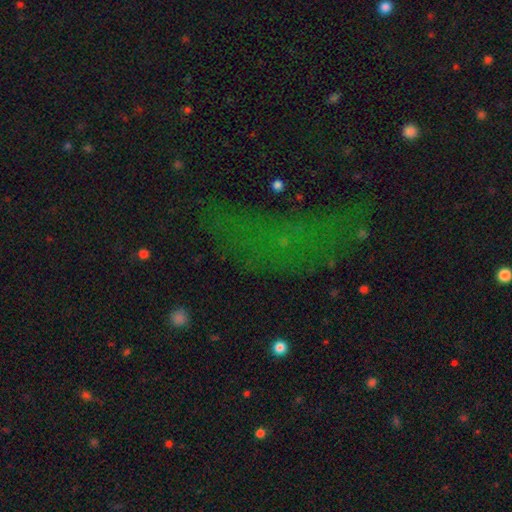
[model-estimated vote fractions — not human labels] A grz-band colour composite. It shows a star or artifact, not a galaxy (56%).